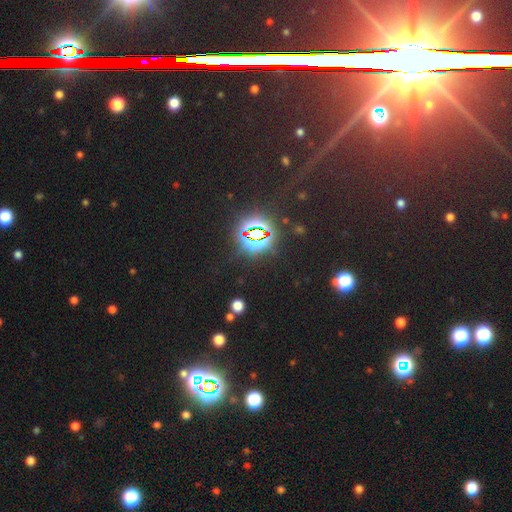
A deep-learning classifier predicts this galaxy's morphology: Overall: star or artifact (79%).